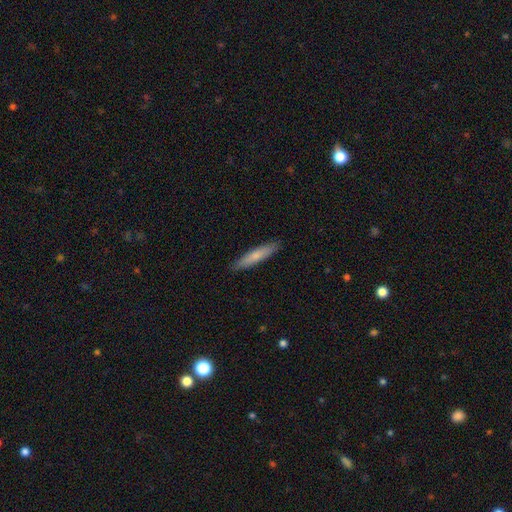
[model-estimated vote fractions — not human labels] Morphology: type=smooth (72%); roundness=cigar-shaped (87%); merging=none (90%).